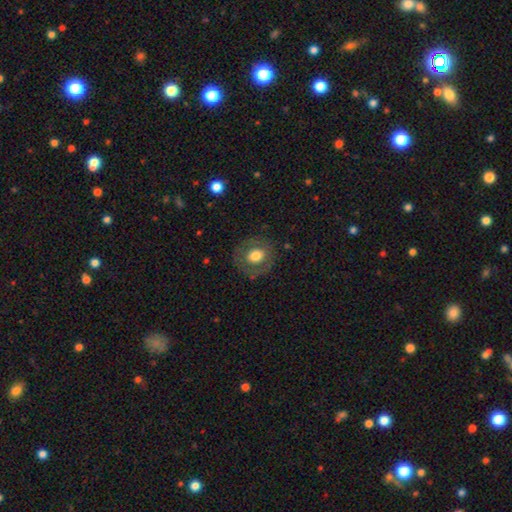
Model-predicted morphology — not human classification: Smooth or featured? smooth (62%)
How rounded? round (75%)
Merging? none (81%)